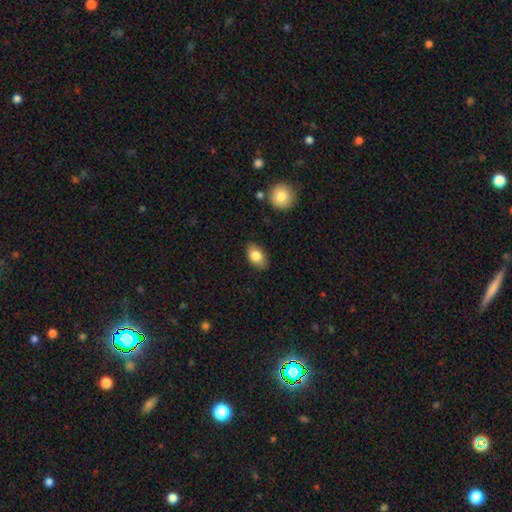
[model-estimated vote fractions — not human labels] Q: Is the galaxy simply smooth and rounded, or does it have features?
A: smooth — 82%.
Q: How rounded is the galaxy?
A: in between — 90%.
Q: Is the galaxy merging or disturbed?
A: none — 85%.